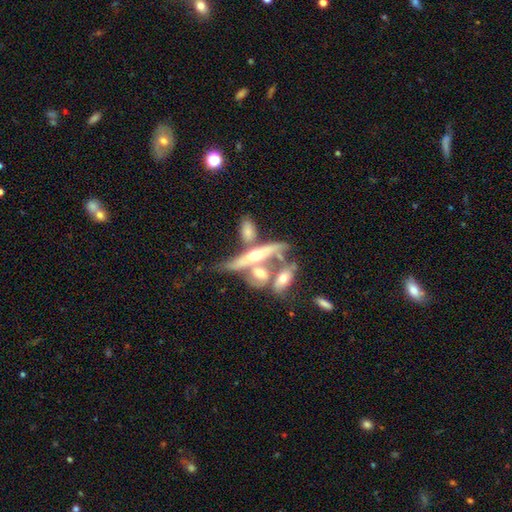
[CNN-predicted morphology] smooth_or_featured: featured or disk (p=0.65) [alt: smooth p=0.27]
disk_edge_on: yes (p=0.64) [alt: no p=0.36]
merging: merger (p=0.52) [alt: none p=0.26]